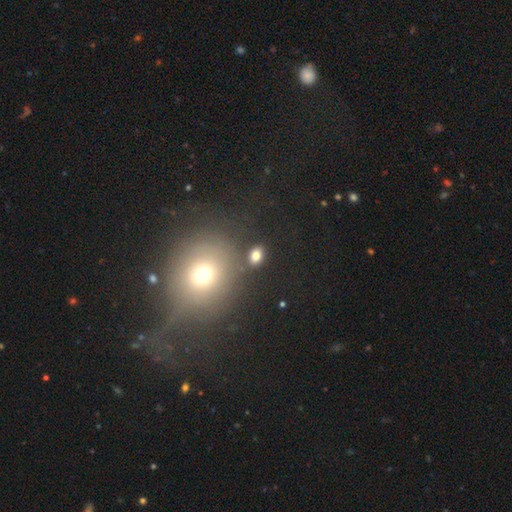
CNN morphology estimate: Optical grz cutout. It shows a smooth galaxy with no disk features (77%) that is in between round and cigar-shaped (69%). Merging: none (79%).